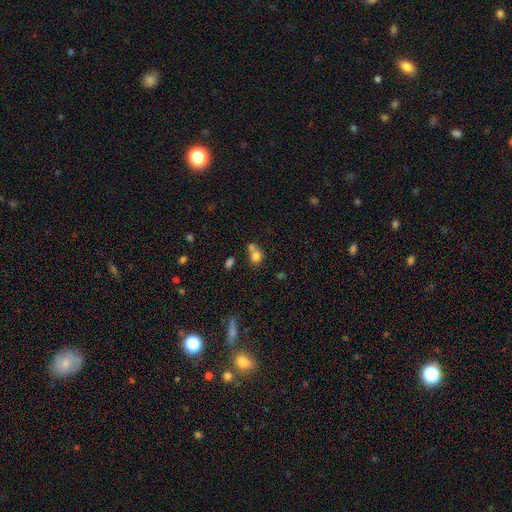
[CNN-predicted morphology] This appears to be a smooth galaxy with no disk features (77%) that is round (62%). Merging: merger (46%).